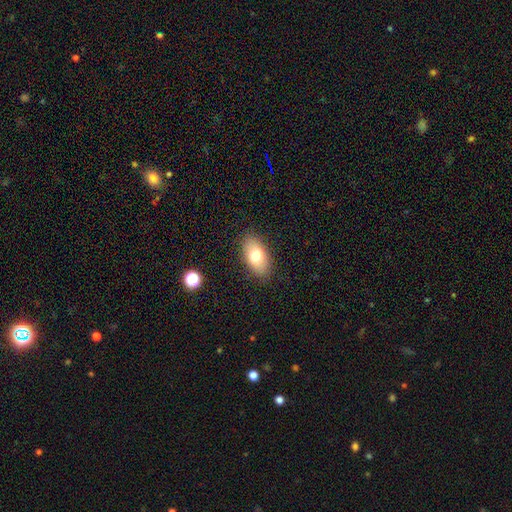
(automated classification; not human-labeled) Smooth or featured?
  - smooth: 76% *
  - featured or disk: 16%
  - star or artifact: 8%
How rounded?
  - in between: 92% *
  - round: 5%
  - cigar-shaped: 3%
Merging?
  - none: 86% *
  - minor disturbance: 10%
  - major disturbance: 3%
  - merger: 1%